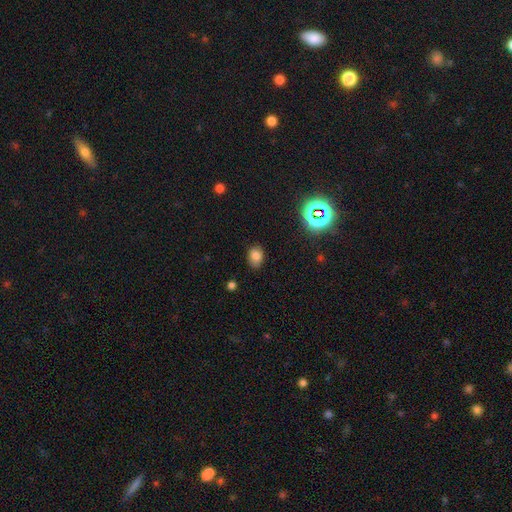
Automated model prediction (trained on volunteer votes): Smooth or featured? Predicted: smooth (p=0.79). How rounded? Predicted: in between (p=0.68). Merging? Predicted: none (p=0.78).